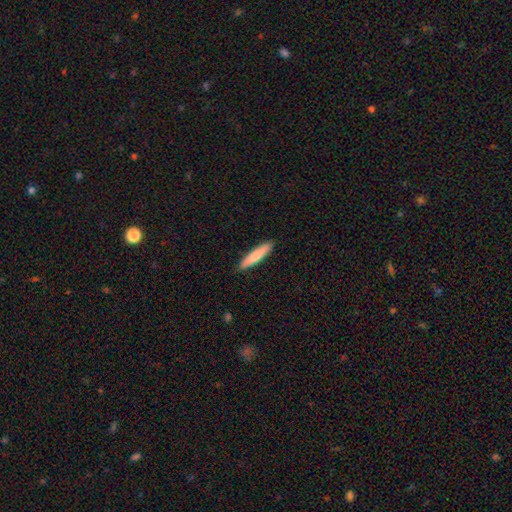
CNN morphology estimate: Overall: smooth (78%). How rounded: cigar-shaped (89%). Merging: none (91%).